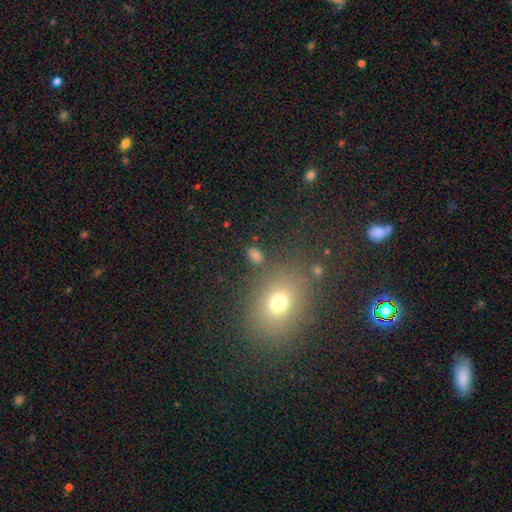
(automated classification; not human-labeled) smooth_or_featured: smooth (p=0.67) [alt: star or artifact p=0.23]
how_rounded: in between (p=0.63) [alt: round p=0.34]
merging: none (p=0.78) [alt: minor disturbance p=0.10]